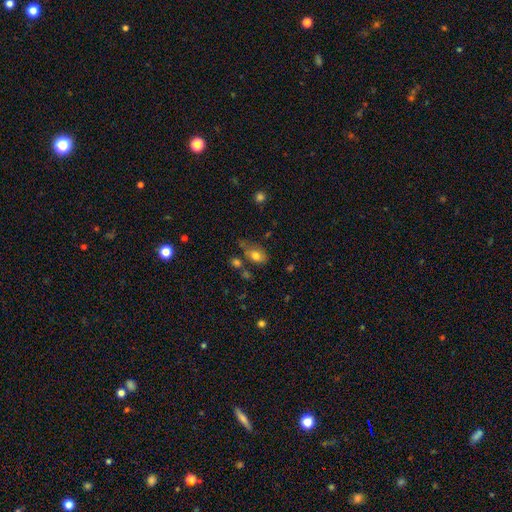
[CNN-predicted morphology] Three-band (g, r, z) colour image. It shows a smooth galaxy with no disk features (77%) that is in between round and cigar-shaped (81%). Merging: none (50%).